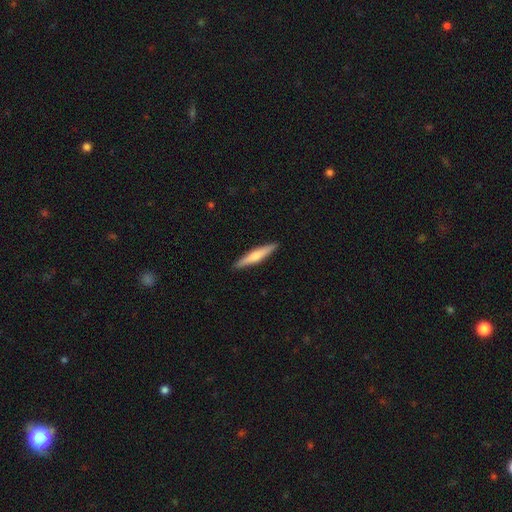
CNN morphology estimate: This is possibly a smooth galaxy (58%). How rounded: clearly cigar-shaped (91%). Merging: clearly none (91%).